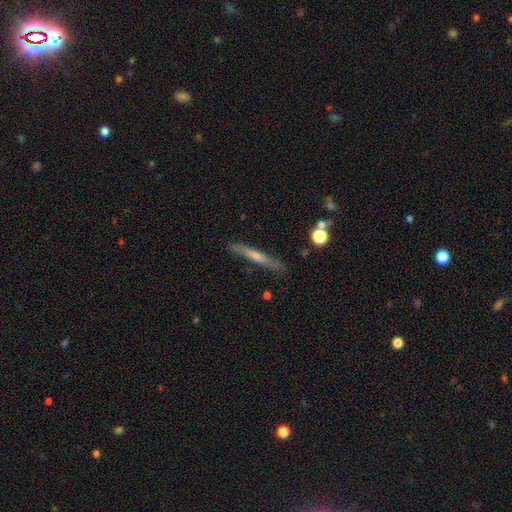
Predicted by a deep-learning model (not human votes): smooth-or-featured: featured or disk: 57% | smooth: 36% | star or artifact: 7%
  disk-edge-on: yes: 95% | no: 5%
    edge-on-bulge: rounded: 56% | none: 36% | boxy: 8%
  merging: none: 86% | minor disturbance: 10% | major disturbance: 2% | merger: 2%